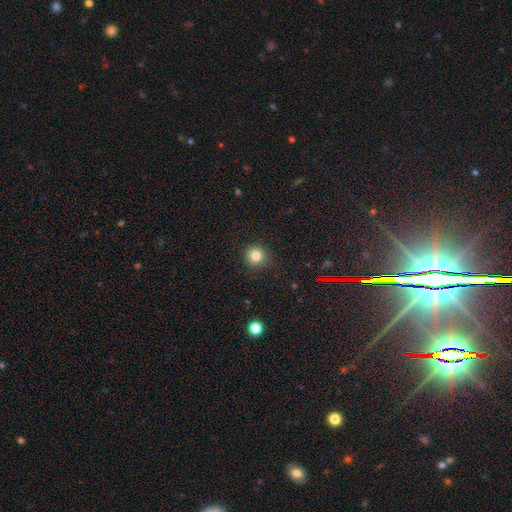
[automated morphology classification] smooth 82%, star or artifact 13%, featured or disk 6%. Down the decision tree: how rounded — round (95%); merging — none (89%).